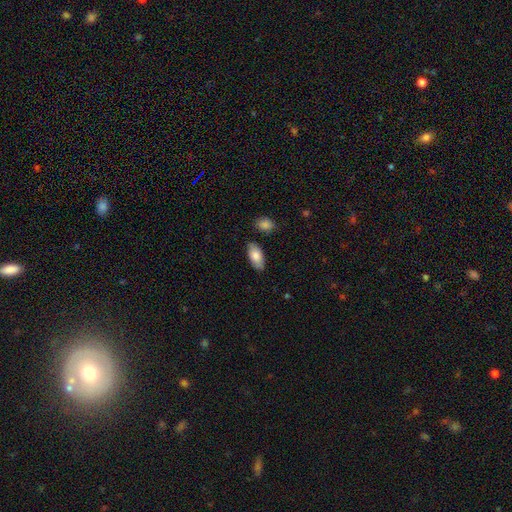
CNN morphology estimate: Smooth or featured? smooth (80%)
How rounded? in between (91%)
Merging? none (82%)